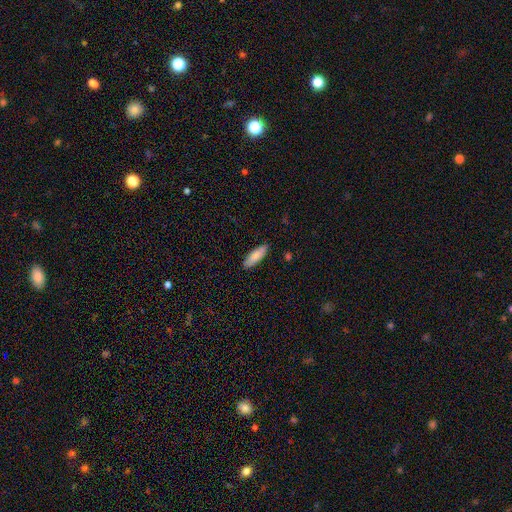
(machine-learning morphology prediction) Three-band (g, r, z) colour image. It shows a smooth galaxy with no disk features (83%) that is in between round and cigar-shaped (59%). Merging: none (87%).